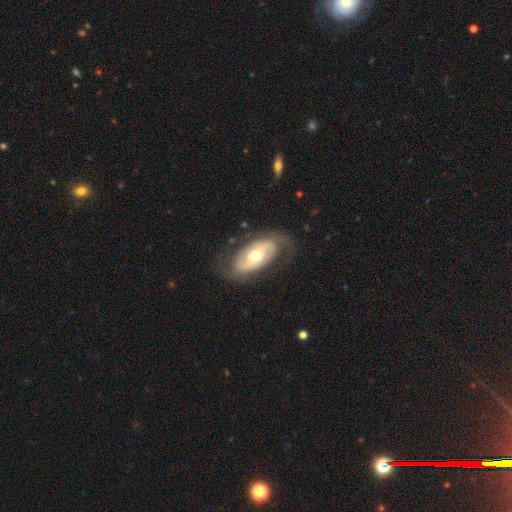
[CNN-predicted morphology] type=featured or disk (67%); edge-on=no (91%); bar=no (52%); spiral arms=yes (66%); bulge=moderate (69%); merging=none (72%).